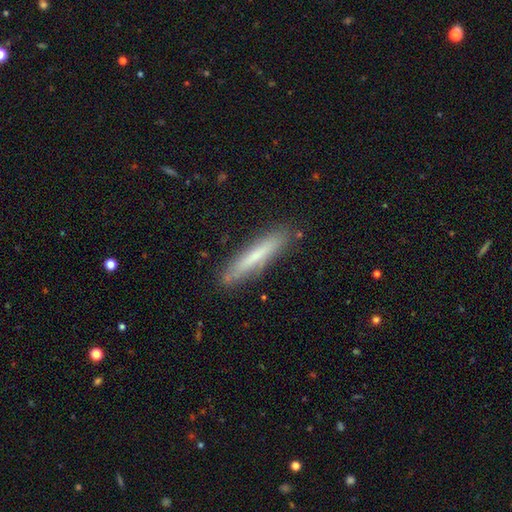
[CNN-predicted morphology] A smooth galaxy with no disk features (59%) that is cigar-shaped (91%). Merging: none (84%).